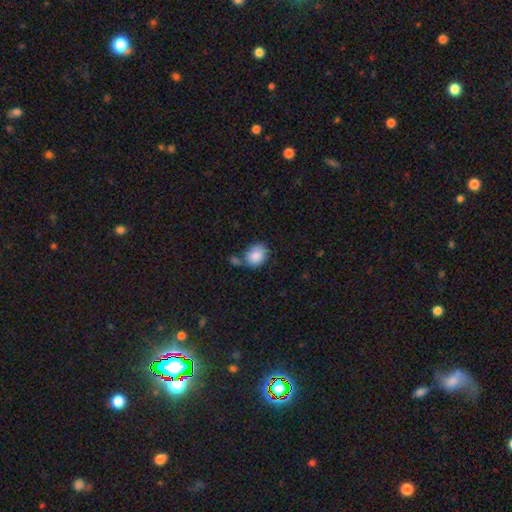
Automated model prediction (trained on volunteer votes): Smooth or featured? smooth (87%)
How rounded? round (54%)
Merging? none (56%)